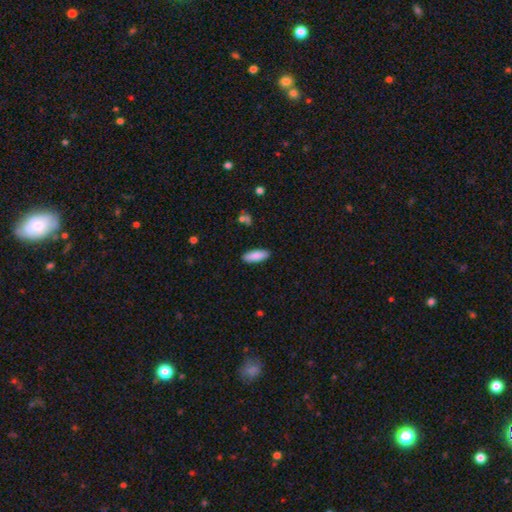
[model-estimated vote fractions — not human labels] A smooth galaxy with no disk features (88%) that is in between round and cigar-shaped (70%). Merging: none (89%).